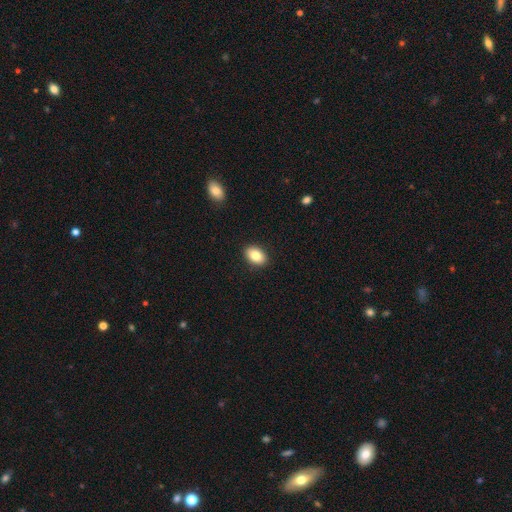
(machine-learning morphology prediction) The model was most divided on "smooth or featured": smooth: 84%, featured or disk: 9%, star or artifact: 8%. More confident: merging — none (90%); how rounded — in between (87%).